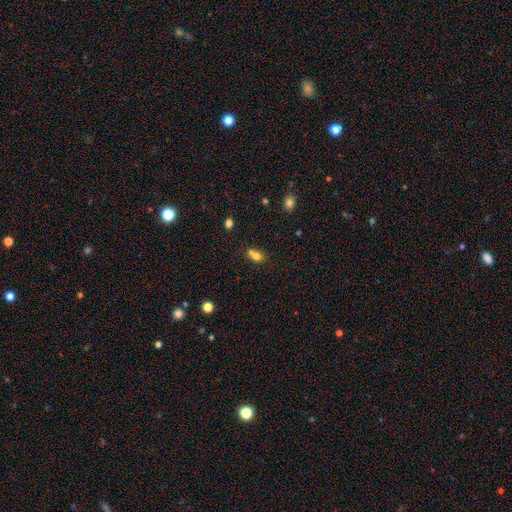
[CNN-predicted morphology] This appears to be a smooth galaxy with no disk features (74%) that is round (50%). Merging: merger (54%).